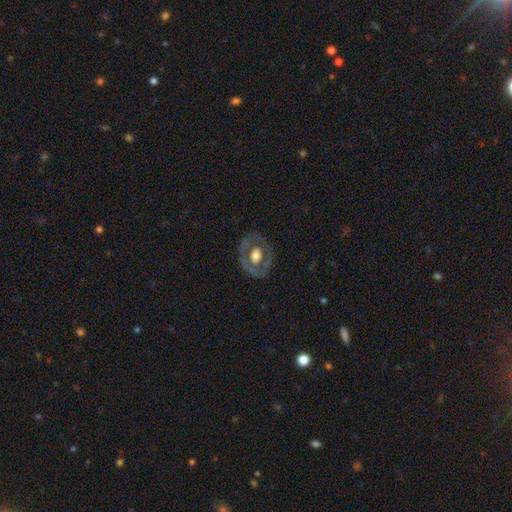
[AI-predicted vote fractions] Smooth or featured? Predicted: featured or disk (p=0.57). Edge-on disk? Predicted: no (p=0.94). Bar? Predicted: no (p=0.83). Spiral arms? Predicted: no (p=0.85). Bulge size? Predicted: large (p=0.46). Merging? Predicted: none (p=0.75).